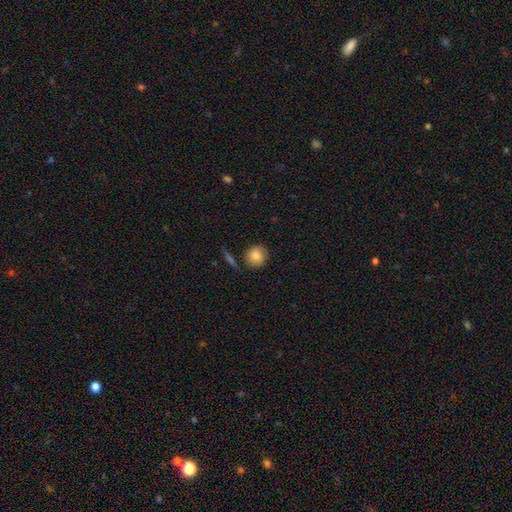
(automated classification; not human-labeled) A smooth galaxy with no disk features (83%) that is round (87%). Merging: none (80%).